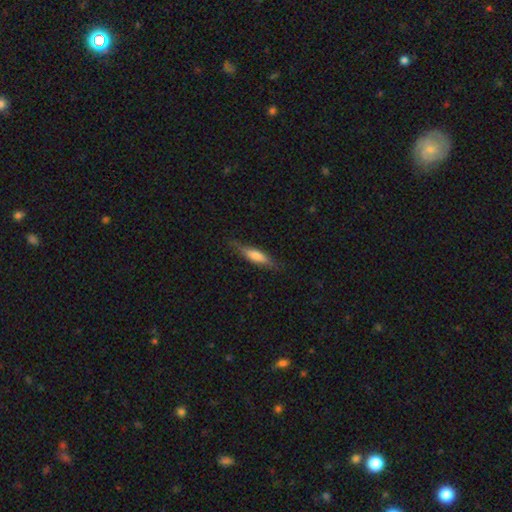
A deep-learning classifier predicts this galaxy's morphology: Q: Smooth or featured?
A: smooth (64%); runner-up: featured or disk (30%)
Q: How rounded?
A: cigar-shaped (69%); runner-up: in between (29%)
Q: Merging?
A: none (78%); runner-up: minor disturbance (17%)